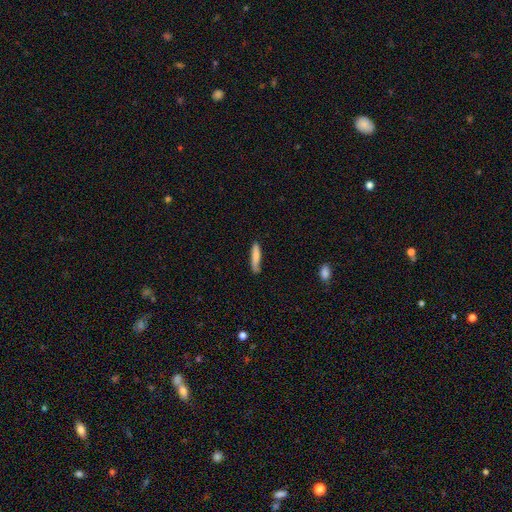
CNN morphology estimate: A smooth galaxy with no disk features (79%) that is cigar-shaped (87%).

Vote fractions:
- Smooth or featured? smooth: 79% / featured or disk: 15% / star or artifact: 6%
- How rounded? cigar-shaped: 87% / in between: 12% / round: 1%
- Merging? none: 74% / minor disturbance: 20% / major disturbance: 4% / merger: 2%